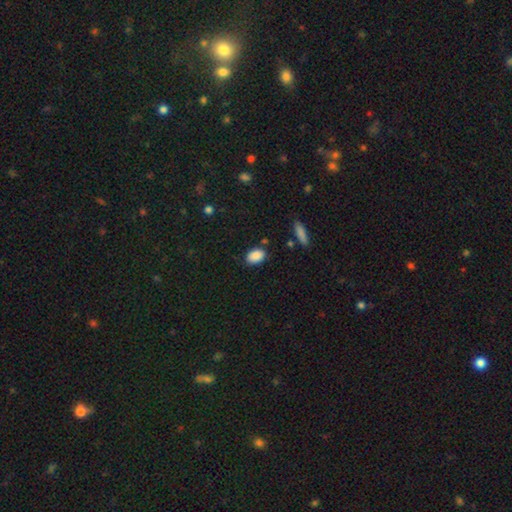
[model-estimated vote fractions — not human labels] Smooth or featured: smooth — 88% (star or artifact — 8%)
How rounded: in between — 87% (round — 11%)
Merging: none — 80% (minor disturbance — 14%)